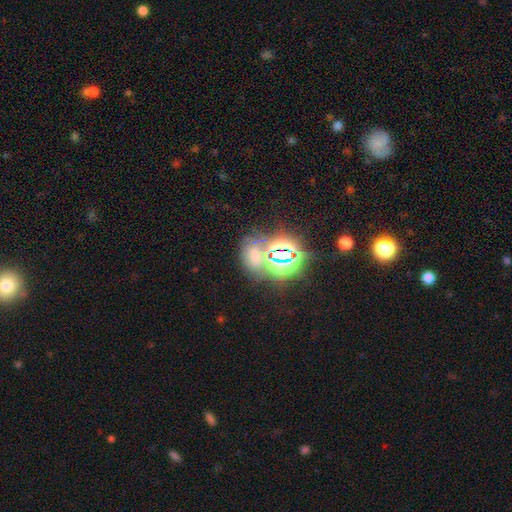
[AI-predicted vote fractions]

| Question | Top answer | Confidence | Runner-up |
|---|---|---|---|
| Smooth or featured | star or artifact | 52% | smooth (36%) |